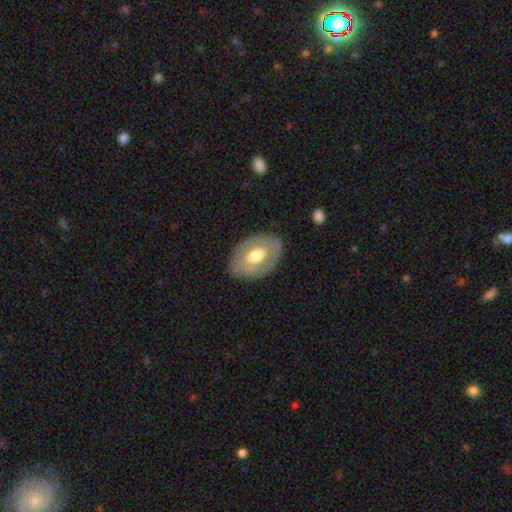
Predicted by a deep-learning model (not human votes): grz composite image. It shows a featured or disk galaxy (49%). Merging: none (79%).